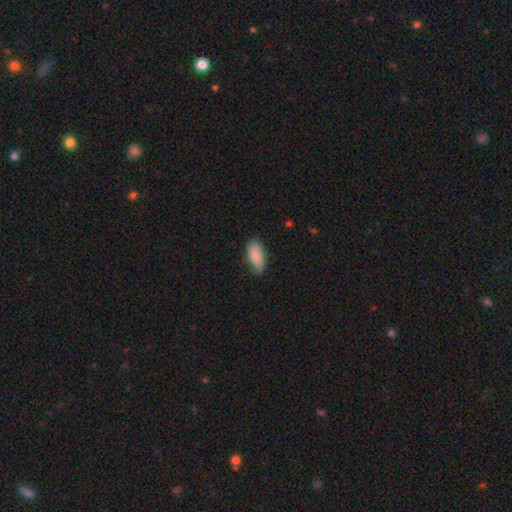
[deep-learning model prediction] A smooth galaxy with no disk features (83%) that is in between round and cigar-shaped (91%).

Vote fractions:
- Smooth or featured? smooth: 83% / featured or disk: 11% / star or artifact: 6%
- How rounded? in between: 91% / cigar-shaped: 7% / round: 2%
- Merging? none: 66% / minor disturbance: 28% / major disturbance: 5% / merger: 1%